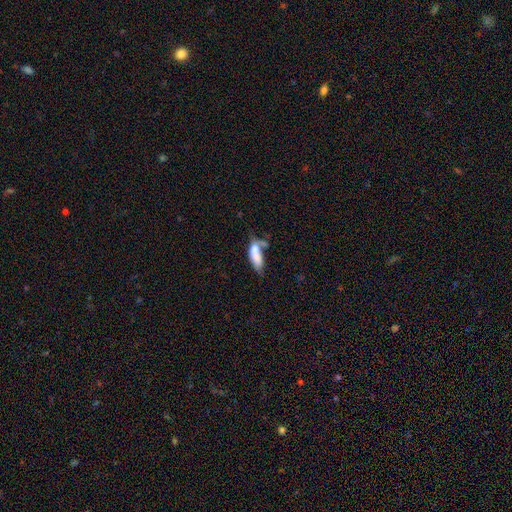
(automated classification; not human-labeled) Smooth or featured? smooth (73%)
How rounded? in between (68%)
Merging? merger (40%)